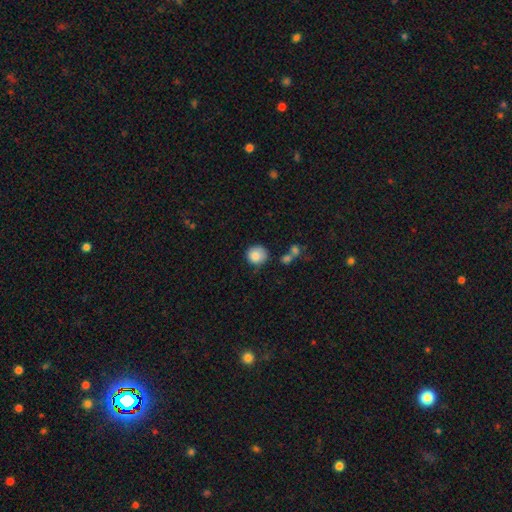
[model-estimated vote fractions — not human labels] Smooth or featured: smooth — 85% (star or artifact — 8%)
How rounded: round — 88% (in between — 11%)
Merging: none — 65% (minor disturbance — 22%)